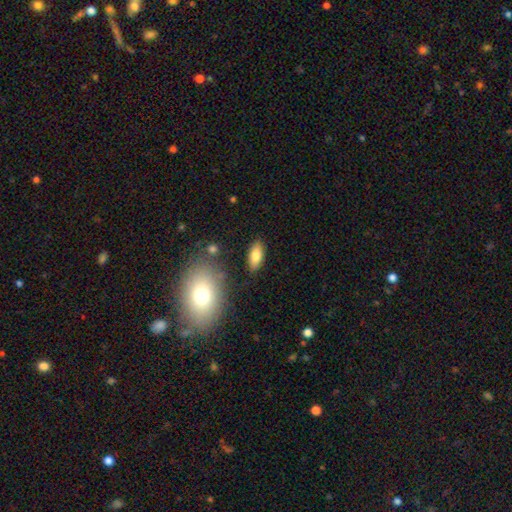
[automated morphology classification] This appears to be a smooth galaxy with no disk features (78%) that is in between round and cigar-shaped (85%). Merging: none (85%).